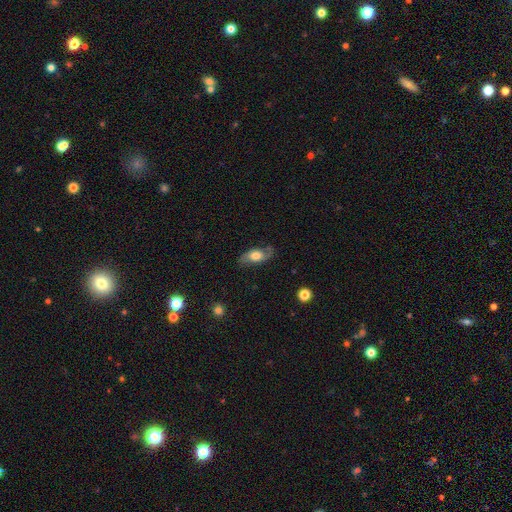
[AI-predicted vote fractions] smooth_or_featured: featured or disk (p=0.47) [alt: smooth p=0.46]
merging: none (p=0.72) [alt: minor disturbance p=0.20]